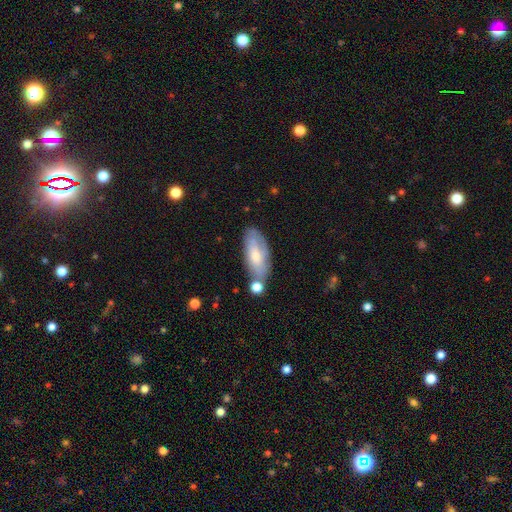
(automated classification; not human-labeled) Smooth or featured: smooth — 54% (featured or disk — 40%)
How rounded: in between — 79% (cigar-shaped — 18%)
Merging: none — 64% (minor disturbance — 21%)